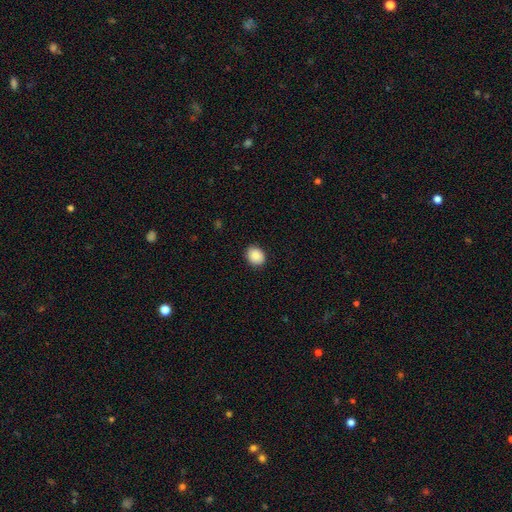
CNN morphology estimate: Overall: smooth (89%). How rounded: round (58%; in between 41%). Merging: none (89%).